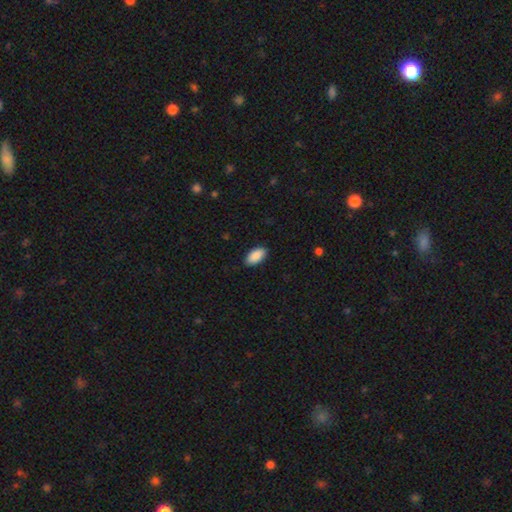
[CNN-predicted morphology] Smooth or featured?
  - smooth: 90% *
  - star or artifact: 6%
  - featured or disk: 4%
How rounded?
  - in between: 94% *
  - cigar-shaped: 3%
  - round: 2%
Merging?
  - none: 87% *
  - minor disturbance: 10%
  - major disturbance: 2%
  - merger: 1%